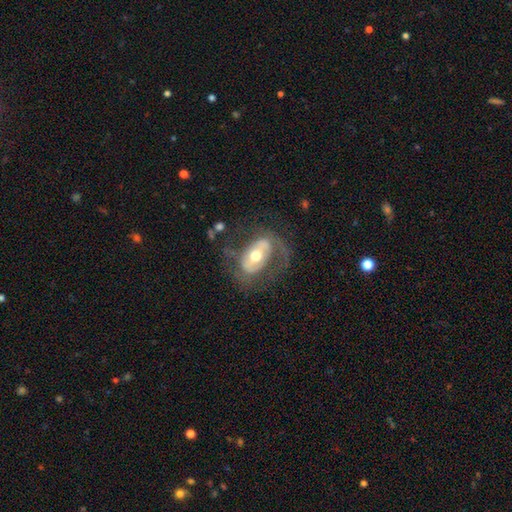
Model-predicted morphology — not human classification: Smooth or featured? featured or disk (74%)
Edge-on disk? no (94%)
Bar? weak (34%, tied with no)
Spiral arms? yes (71%)
Bulge size? moderate (71%)
Merging? none (55%)